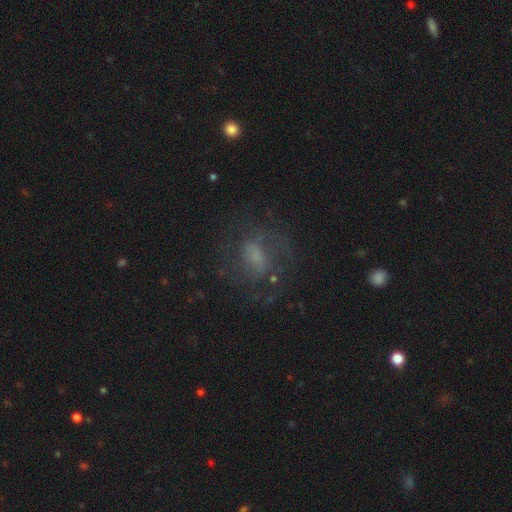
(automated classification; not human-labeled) smooth_or_featured: featured or disk (p=0.48) [alt: smooth p=0.36]
merging: none (p=0.61) [alt: major disturbance p=0.19]